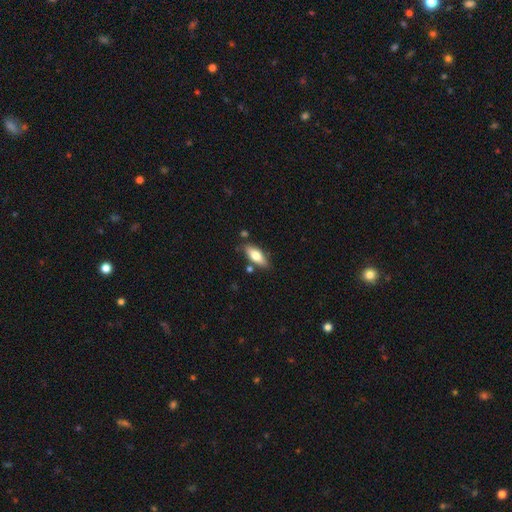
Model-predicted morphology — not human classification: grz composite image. It shows a smooth galaxy with no disk features (71%) that is in between round and cigar-shaped (76%). Merging: none (78%).